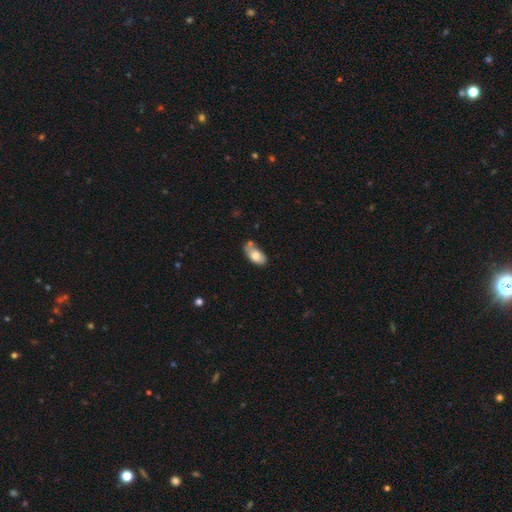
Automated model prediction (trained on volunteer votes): Smooth or featured? Predicted: smooth (p=0.76). How rounded? Predicted: in between (p=0.92). Merging? Predicted: none (p=0.44).